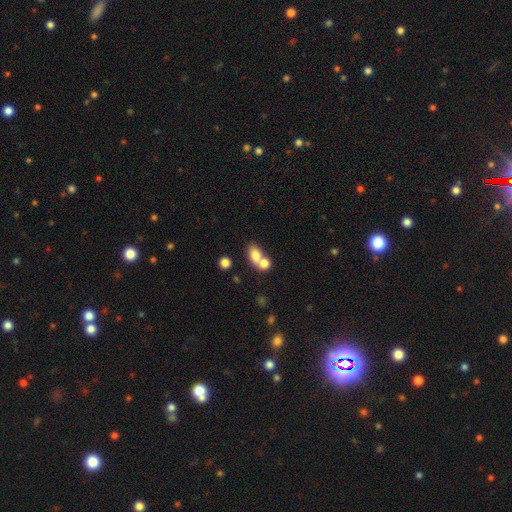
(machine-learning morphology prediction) A smooth galaxy with no disk features (77%) that is in between round and cigar-shaped (67%).

Vote fractions:
- Smooth or featured? smooth: 77% / featured or disk: 14% / star or artifact: 9%
- How rounded? in between: 67% / round: 31% / cigar-shaped: 2%
- Merging? merger: 62% / none: 27% / minor disturbance: 7% / major disturbance: 4%